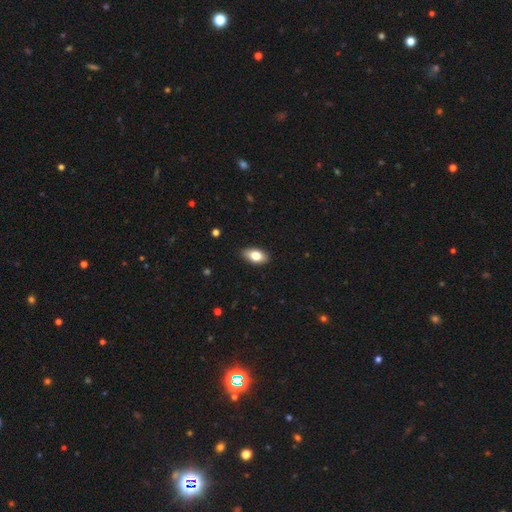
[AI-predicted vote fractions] Smooth or featured?
  - smooth: 78% *
  - featured or disk: 15%
  - star or artifact: 7%
How rounded?
  - in between: 90% *
  - round: 5%
  - cigar-shaped: 5%
Merging?
  - none: 88% *
  - minor disturbance: 9%
  - major disturbance: 2%
  - merger: 1%